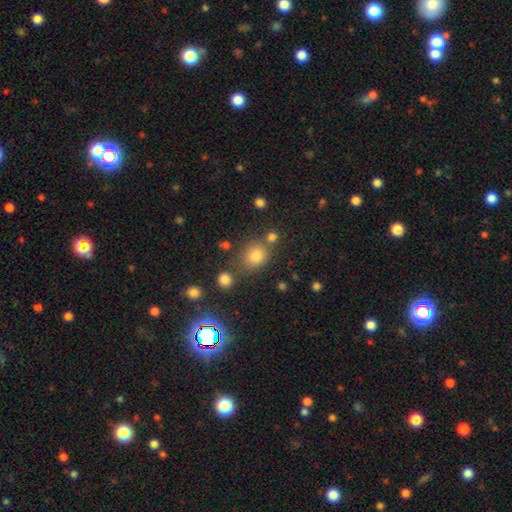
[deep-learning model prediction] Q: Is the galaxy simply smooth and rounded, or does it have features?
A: smooth — 75%.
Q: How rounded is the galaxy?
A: round — 67%.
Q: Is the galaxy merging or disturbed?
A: none — 68%.